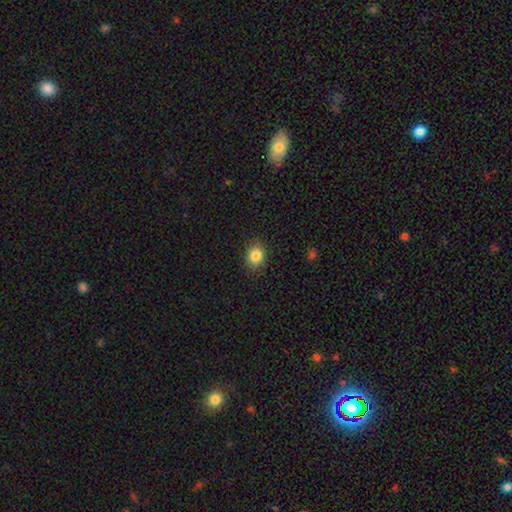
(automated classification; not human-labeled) Smooth or featured? Predicted: smooth (p=0.85). How rounded? Predicted: round (p=0.52). Merging? Predicted: none (p=0.87).